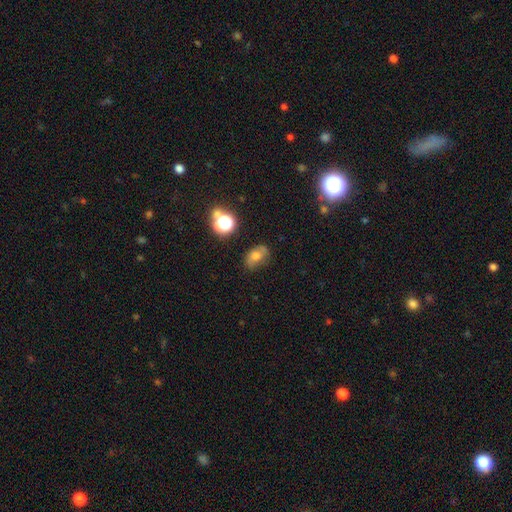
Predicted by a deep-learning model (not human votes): Smooth or featured?
  - smooth: 64% *
  - featured or disk: 20%
  - star or artifact: 16%
How rounded?
  - in between: 80% *
  - round: 18%
  - cigar-shaped: 2%
Merging?
  - none: 68% *
  - minor disturbance: 23%
  - major disturbance: 7%
  - merger: 3%